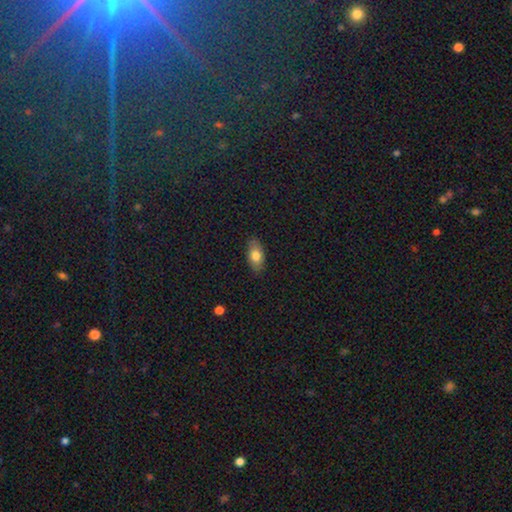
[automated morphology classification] smooth-or-featured: smooth: 77% | featured or disk: 16% | star or artifact: 7%
  how-rounded: in between: 90% | cigar-shaped: 5% | round: 5%
  merging: none: 86% | minor disturbance: 11% | major disturbance: 2% | merger: 1%